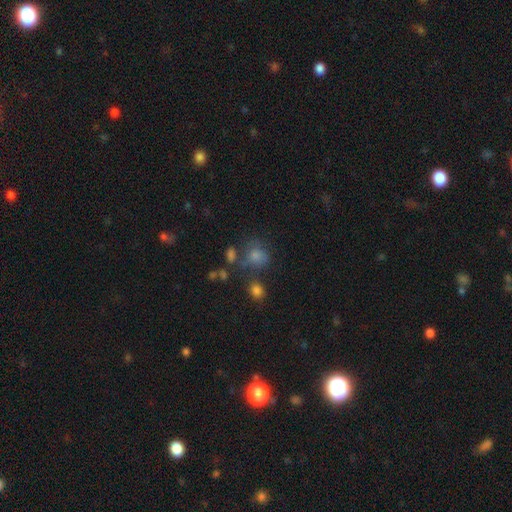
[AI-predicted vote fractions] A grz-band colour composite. It shows a smooth galaxy with no disk features (59%) that is round (69%). Merging: none (57%).